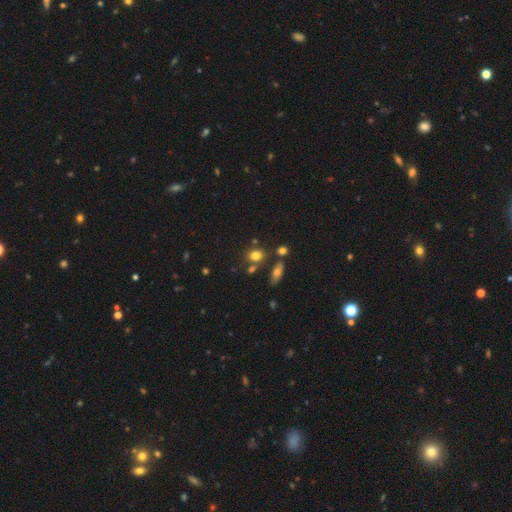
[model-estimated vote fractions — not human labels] Overall: smooth (77%). How rounded: round (49%; in between 48%). Merging: none (65%).